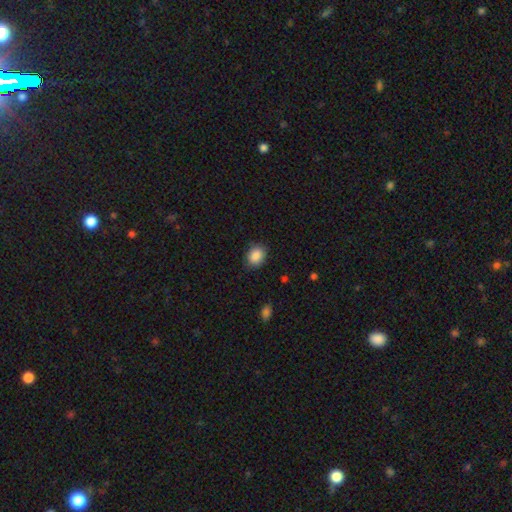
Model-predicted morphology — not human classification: Smooth or featured?
  - smooth: 88% *
  - star or artifact: 8%
  - featured or disk: 4%
How rounded?
  - in between: 62% *
  - round: 37%
  - cigar-shaped: 1%
Merging?
  - none: 85% *
  - minor disturbance: 11%
  - major disturbance: 3%
  - merger: 1%